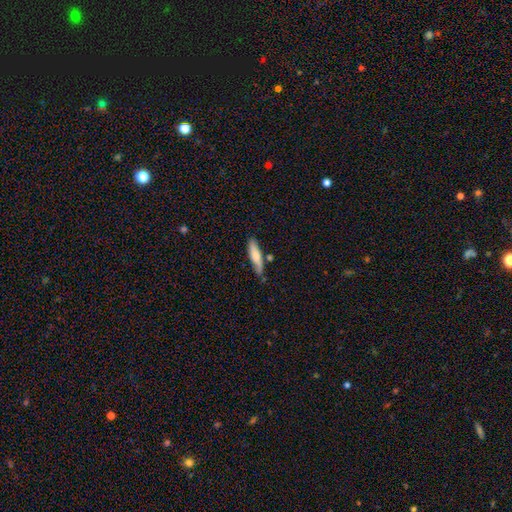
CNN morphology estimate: A smooth galaxy with no disk features (69%) that is cigar-shaped (74%).

Vote fractions:
- Smooth or featured? smooth: 69% / featured or disk: 25% / star or artifact: 6%
- How rounded? cigar-shaped: 74% / in between: 24% / round: 2%
- Merging? none: 70% / minor disturbance: 20% / merger: 7% / major disturbance: 4%